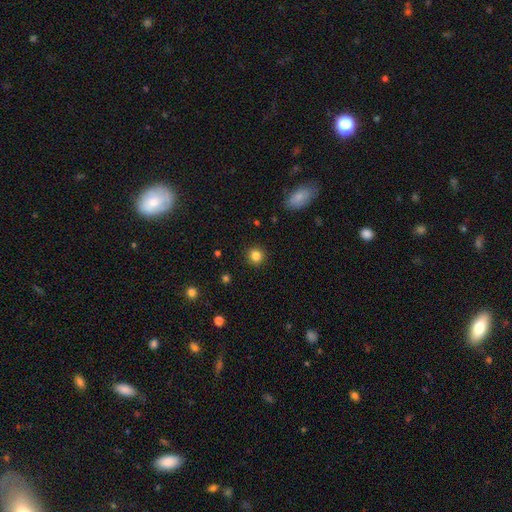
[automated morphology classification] smooth 84%, star or artifact 12%, featured or disk 5%. Down the decision tree: how rounded — round (92%); merging — none (91%).